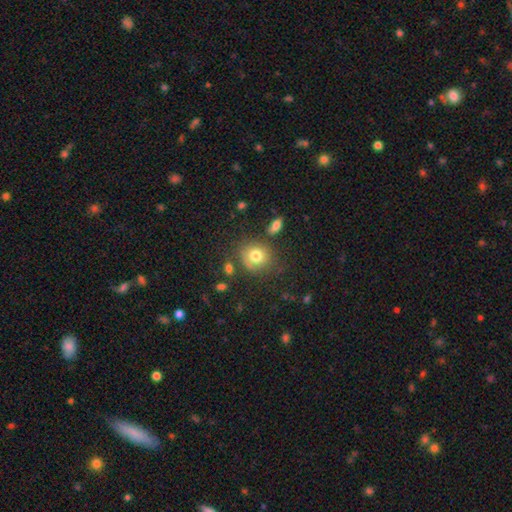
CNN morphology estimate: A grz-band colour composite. It shows a smooth galaxy with no disk features (77%) that is round (79%). Merging: none (70%).